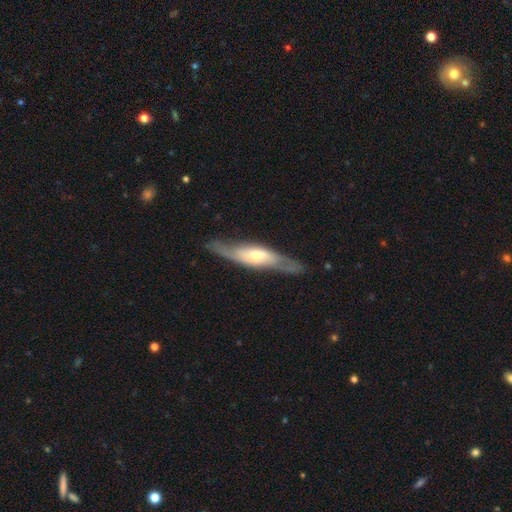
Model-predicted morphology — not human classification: smooth_or_featured: featured or disk (p=0.65) [alt: smooth p=0.30]
disk_edge_on: no (p=0.50) [tied with: yes p=0.50]
merging: none (p=0.76) [alt: minor disturbance p=0.16]